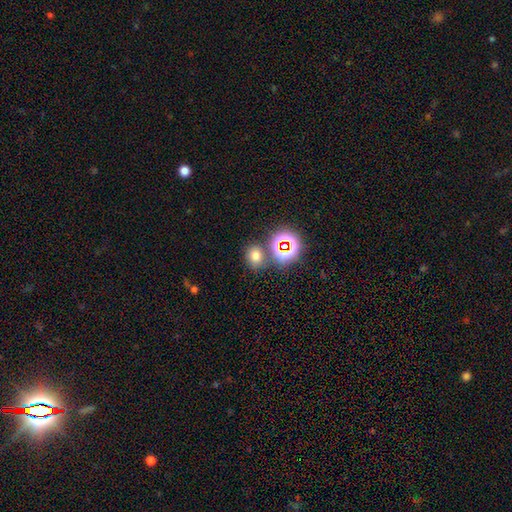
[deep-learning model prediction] Overall: smooth (67%). How rounded: round (62%; in between 37%). Merging: none (72%).